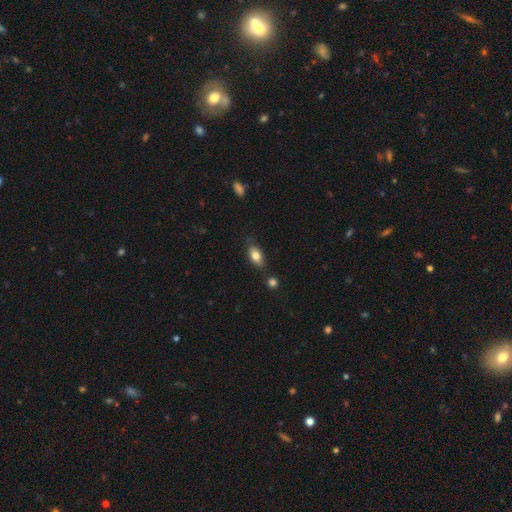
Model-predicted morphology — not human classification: Overall: smooth (80%). How rounded: in between (87%). Merging: none (77%).